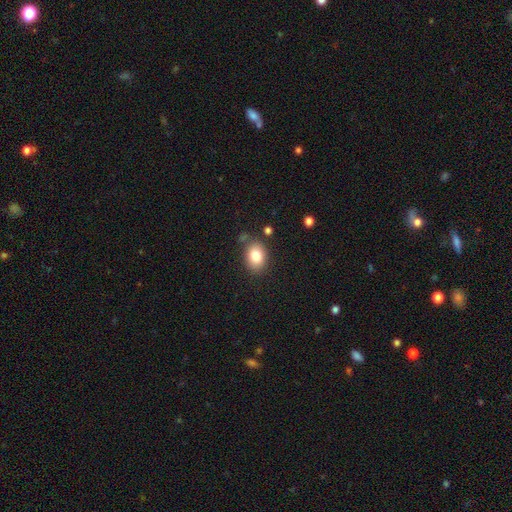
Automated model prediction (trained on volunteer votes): Smooth or featured? Predicted: smooth (p=0.82). How rounded? Predicted: in between (p=0.71). Merging? Predicted: none (p=0.78).